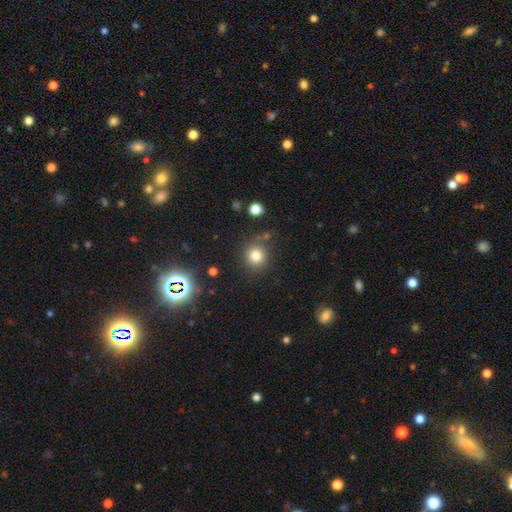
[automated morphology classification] Overall: smooth (79%). How rounded: round (90%). Merging: none (78%).